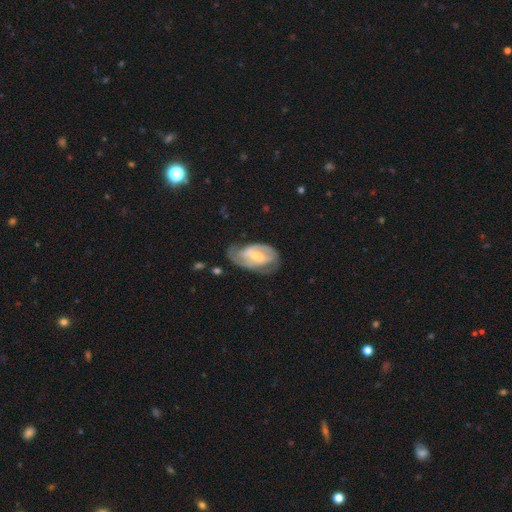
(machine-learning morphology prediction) A featured or disk galaxy (76%) with a weak bar (47%), 2 (64%) medium (44%) spiral arms (88%) and a small central bulge (48%).

Vote fractions:
- Smooth or featured? featured or disk: 76% / smooth: 18% / star or artifact: 5%
- Edge-on disk? no: 96% / yes: 4%
- Bar? weak: 47% / strong: 29% / no: 25%
- Spiral arms? yes: 88% / no: 12%
- Spiral winding? medium: 44% / tight: 39% / loose: 17%
- Spiral arm count? 2: 64% / can't tell: 19% / 3: 8% / 1: 6% / 4: 2% / more than 4: 2%
- Bulge size? small: 48% / moderate: 45% / large: 3% / none: 3% / dominant: 1%
- Merging? none: 56% / minor disturbance: 28% / major disturbance: 14% / merger: 2%